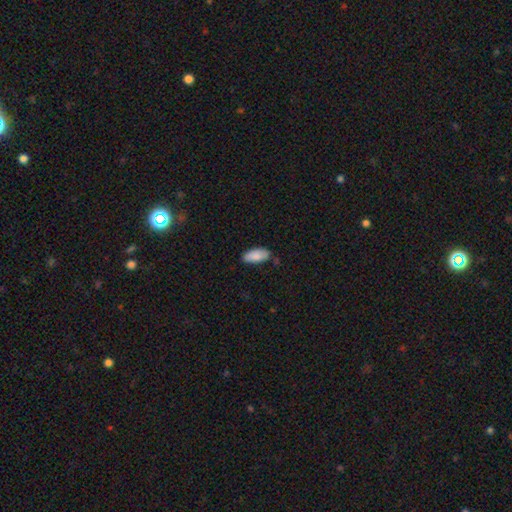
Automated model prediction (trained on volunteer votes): Overall: smooth (87%). How rounded: in between (90%). Merging: none (79%).